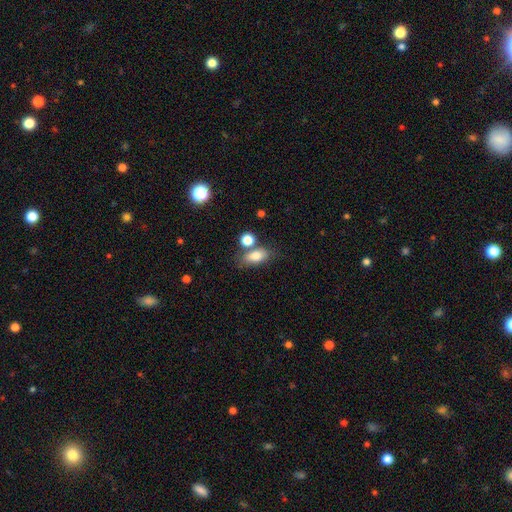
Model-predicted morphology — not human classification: smooth 80%, featured or disk 11%, star or artifact 9%. Down the decision tree: how rounded — in between (81%); merging — none (60%).